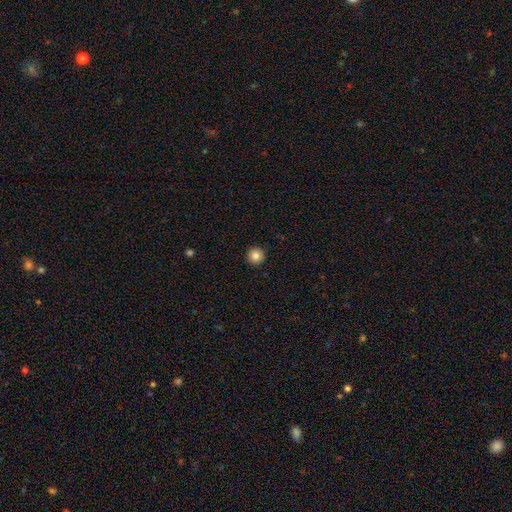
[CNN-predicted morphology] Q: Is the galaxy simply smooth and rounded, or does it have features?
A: smooth — 85%.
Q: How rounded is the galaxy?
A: round — 96%.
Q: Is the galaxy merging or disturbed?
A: none — 94%.